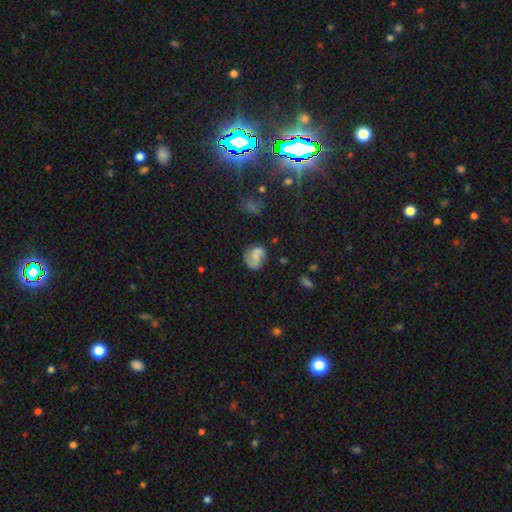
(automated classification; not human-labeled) A featured or disk galaxy (66%) with a weak bar (44%), 2 (87%) medium (47%) spiral arms (91%) and a small central bulge (43%).

Vote fractions:
- Smooth or featured? featured or disk: 66% / smooth: 26% / star or artifact: 8%
- Edge-on disk? no: 98% / yes: 2%
- Bar? weak: 44% / no: 43% / strong: 14%
- Spiral arms? yes: 91% / no: 9%
- Spiral winding? medium: 47% / loose: 32% / tight: 20%
- Spiral arm count? 2: 87% / can't tell: 6% / 1: 3% / 3: 2% / 4: 1% / more than 4: 1%
- Bulge size? small: 43% / moderate: 28% / none: 25% / large: 3% / dominant: 1%
- Merging? none: 72% / minor disturbance: 18% / major disturbance: 7% / merger: 3%